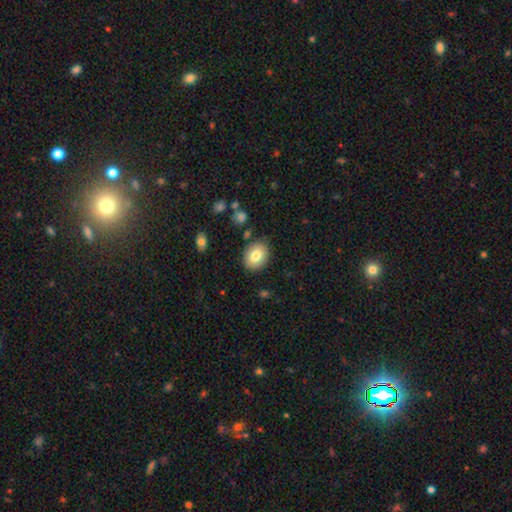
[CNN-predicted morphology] type=smooth (79%); roundness=in between (57%); merging=none (85%).